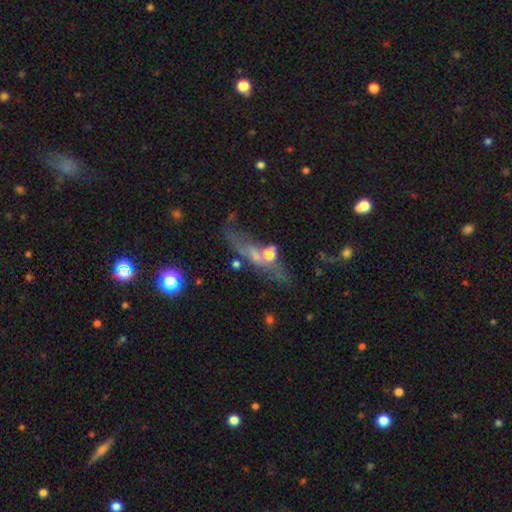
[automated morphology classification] type=featured or disk (49%); merging=none (48%).